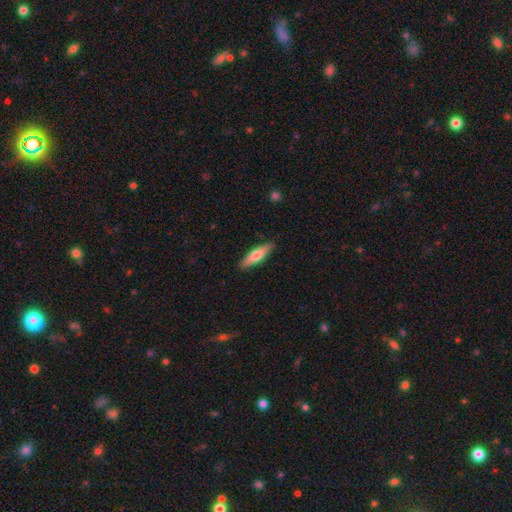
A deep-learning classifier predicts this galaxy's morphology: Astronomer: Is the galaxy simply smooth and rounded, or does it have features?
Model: smooth — 64%.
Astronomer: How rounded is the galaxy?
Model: cigar-shaped — 63%.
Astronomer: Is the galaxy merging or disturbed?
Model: none — 88%.